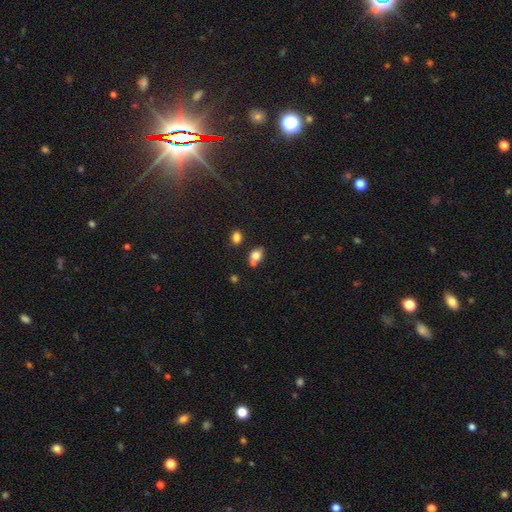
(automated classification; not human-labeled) This is likely a smooth galaxy (78%). How rounded: likely in between (65%). Merging: possibly none (54%).